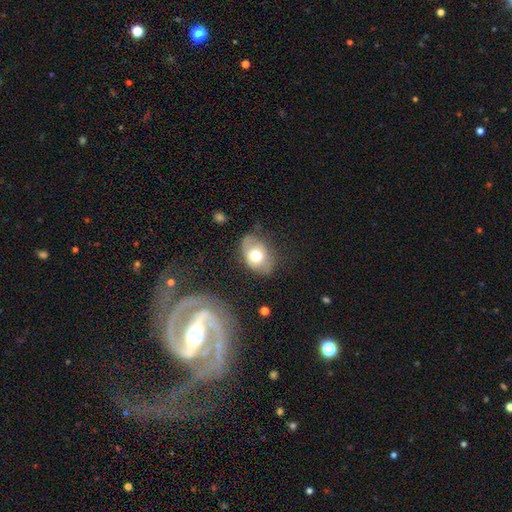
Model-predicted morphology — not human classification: Overall: smooth (63%; featured or disk 29%). How rounded: in between (76%). Merging: none (62%; minor disturbance 26%).